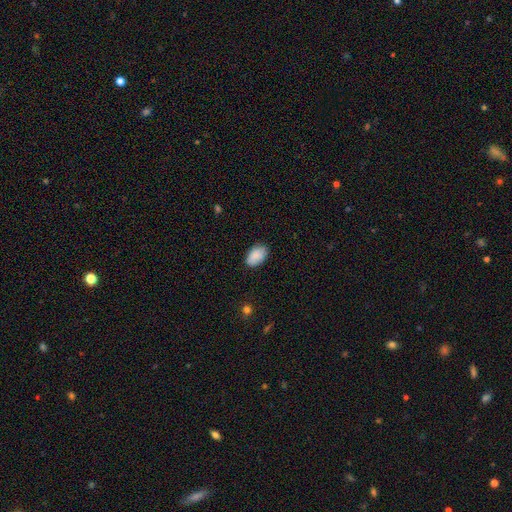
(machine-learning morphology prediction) Q: Smooth or featured?
A: smooth (88%); runner-up: star or artifact (7%)
Q: How rounded?
A: in between (93%); runner-up: round (6%)
Q: Merging?
A: none (80%); runner-up: minor disturbance (16%)